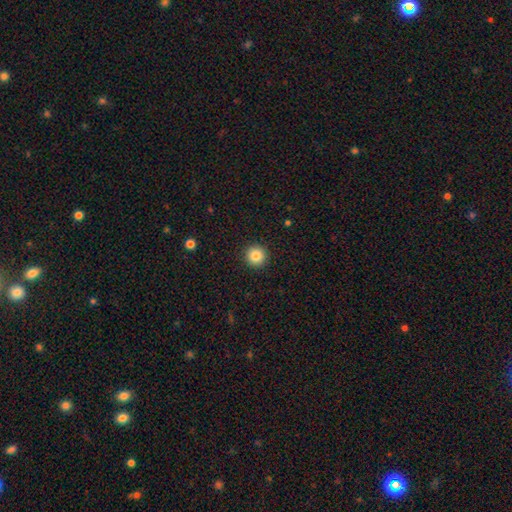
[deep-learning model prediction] The model was most divided on "smooth or featured": smooth: 84%, star or artifact: 10%, featured or disk: 5%. More confident: how rounded — round (95%); merging — none (93%).